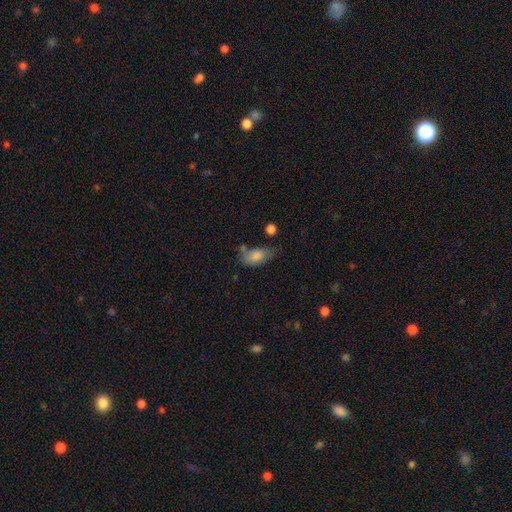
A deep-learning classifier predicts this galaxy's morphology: This appears to be a smooth galaxy with no disk features (81%) that is in between round and cigar-shaped (88%). Merging: none (41%).